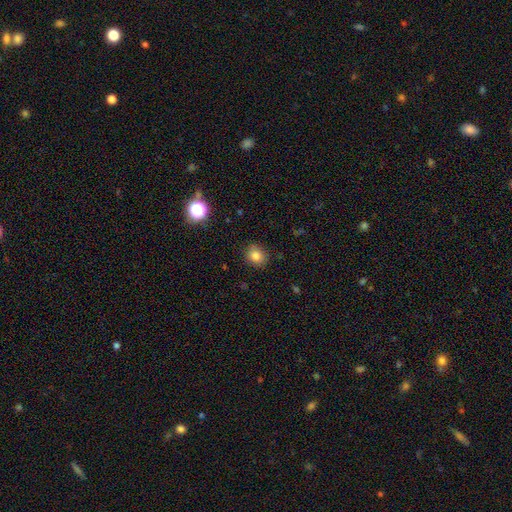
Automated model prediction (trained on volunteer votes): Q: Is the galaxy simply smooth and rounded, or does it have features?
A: smooth — 83%.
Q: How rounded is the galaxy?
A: round — 72%.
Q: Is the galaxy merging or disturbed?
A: none — 87%.